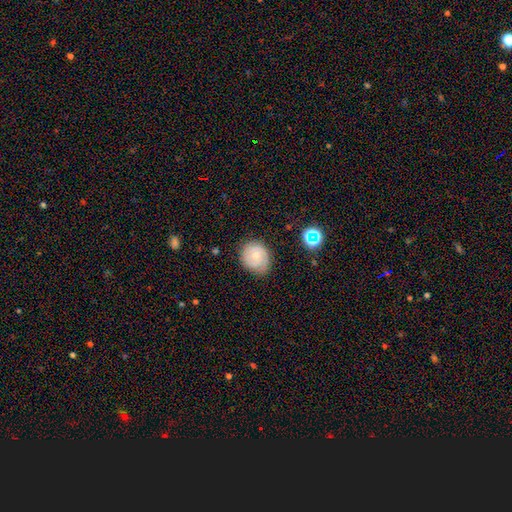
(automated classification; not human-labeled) Smooth or featured? Predicted: featured or disk (p=0.47). Merging? Predicted: none (p=0.72).